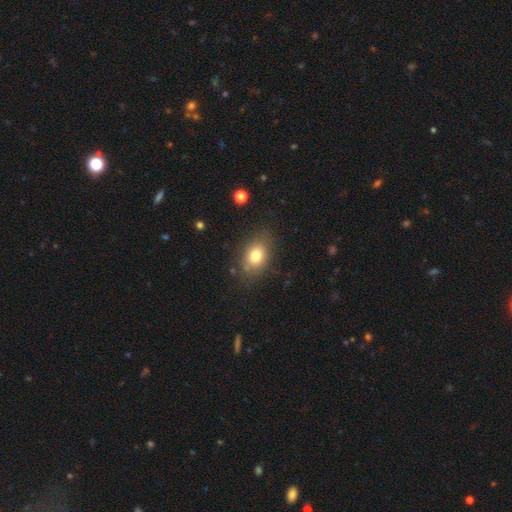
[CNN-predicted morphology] Smooth or featured? smooth (78%)
How rounded? in between (73%)
Merging? none (77%)